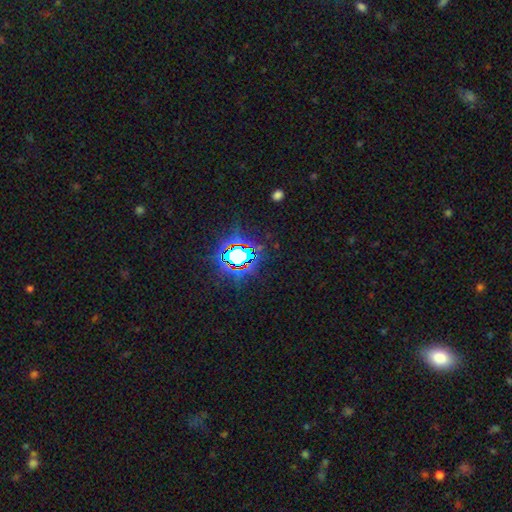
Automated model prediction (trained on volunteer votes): Smooth or featured? Predicted: star or artifact (p=0.79).